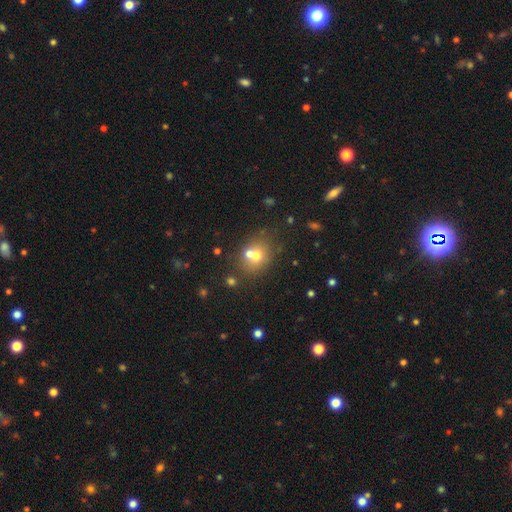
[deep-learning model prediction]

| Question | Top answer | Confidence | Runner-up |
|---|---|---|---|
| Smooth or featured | smooth | 63% | featured or disk (21%) |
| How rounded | round | 68% | in between (31%) |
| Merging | none | 49% | merger (37%) |